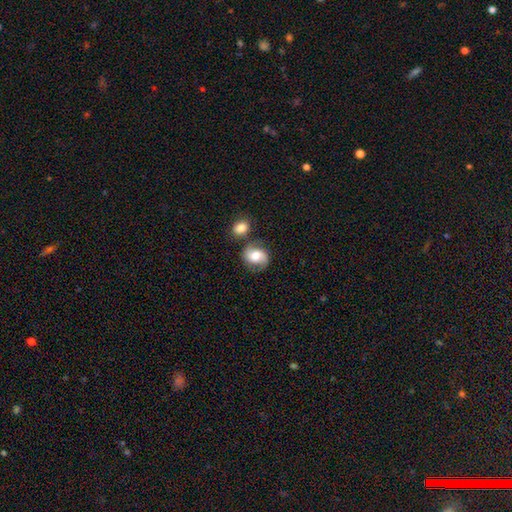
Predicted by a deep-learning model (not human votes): Overall: smooth (47%; featured or disk 45%). Merging: none (63%).